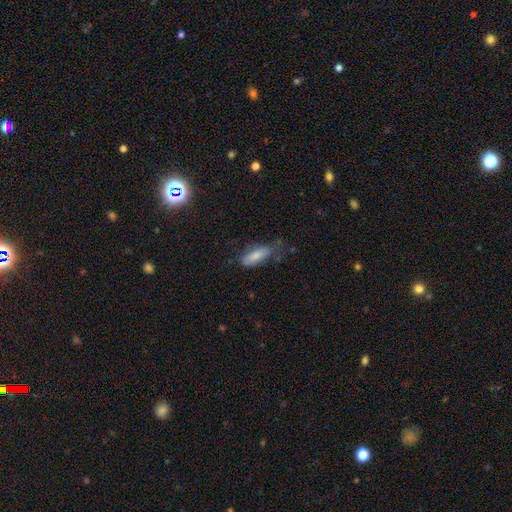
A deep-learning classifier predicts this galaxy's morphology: A smooth galaxy with no disk features (78%) that is in between round and cigar-shaped (70%). Merging: none (46%).